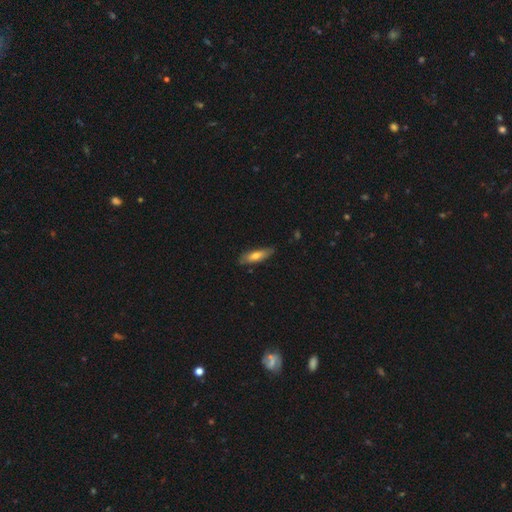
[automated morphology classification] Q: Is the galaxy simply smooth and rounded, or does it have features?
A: smooth — 67%.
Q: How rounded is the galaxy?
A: cigar-shaped — 55%.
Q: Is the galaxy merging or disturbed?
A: none — 79%.